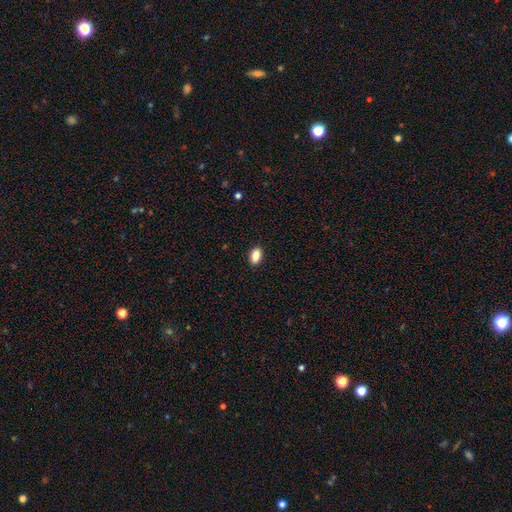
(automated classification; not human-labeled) A smooth galaxy with no disk features (88%) that is in between round and cigar-shaped (91%). Merging: none (90%).